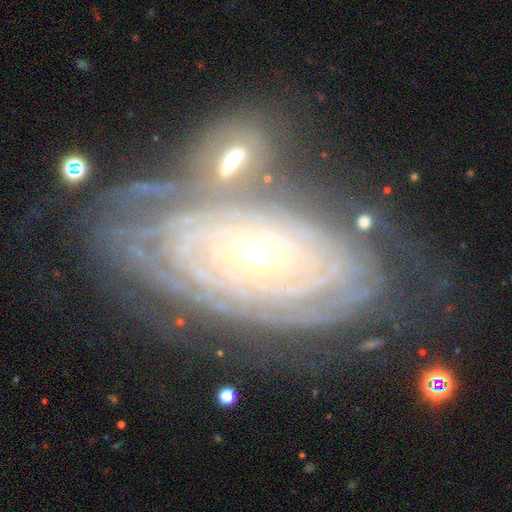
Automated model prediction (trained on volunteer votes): Overall: featured or disk (87%). Edge-on disk: no (94%). Bar: no (76%). Spiral arms: yes (95%). Spiral arm count: can't tell (44%; more than 4 21%). Spiral winding: tight (89%). Bulge size: small (58%; moderate 38%). Merging: none (55%; merger 19%).